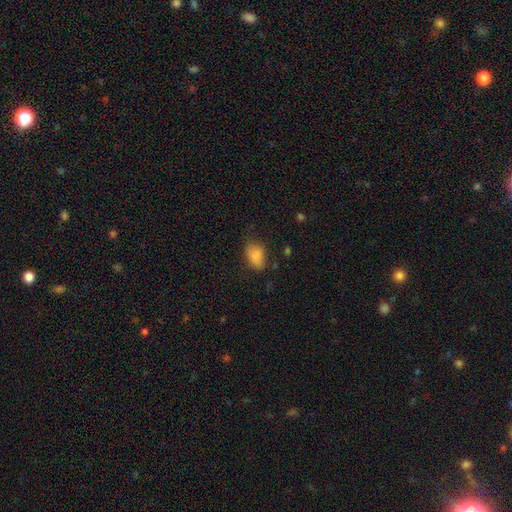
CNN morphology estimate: Smooth or featured?
  - smooth: 84% *
  - star or artifact: 9%
  - featured or disk: 7%
How rounded?
  - in between: 85% *
  - round: 13%
  - cigar-shaped: 2%
Merging?
  - none: 60% *
  - minor disturbance: 28%
  - major disturbance: 10%
  - merger: 2%